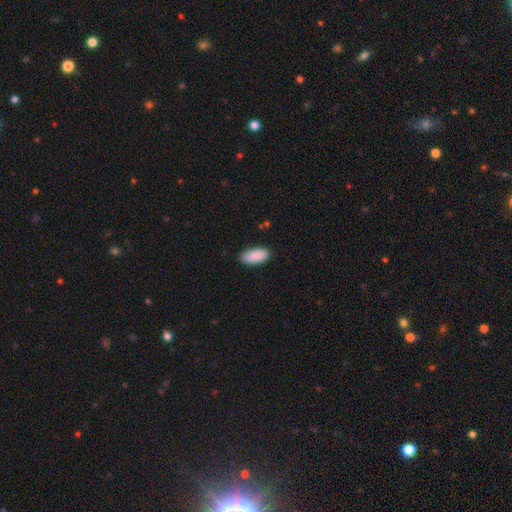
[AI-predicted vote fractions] A smooth galaxy with no disk features (90%) that is in between round and cigar-shaped (91%).

Vote fractions:
- Smooth or featured? smooth: 90% / star or artifact: 6% / featured or disk: 4%
- How rounded? in between: 91% / cigar-shaped: 8% / round: 2%
- Merging? none: 86% / minor disturbance: 11% / major disturbance: 2% / merger: 1%